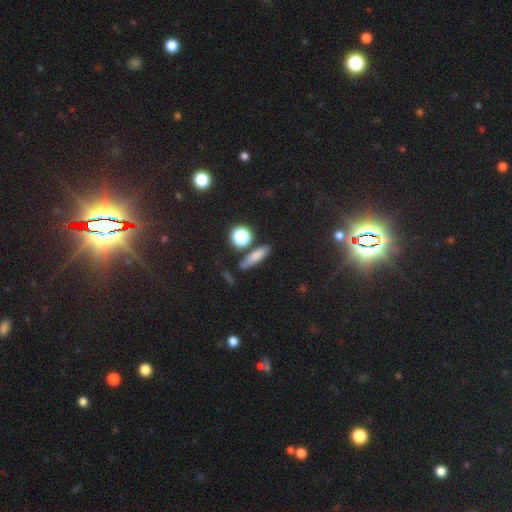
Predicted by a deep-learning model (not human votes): Smooth or featured? Predicted: smooth (p=0.72). How rounded? Predicted: cigar-shaped (p=0.55). Merging? Predicted: none (p=0.80).